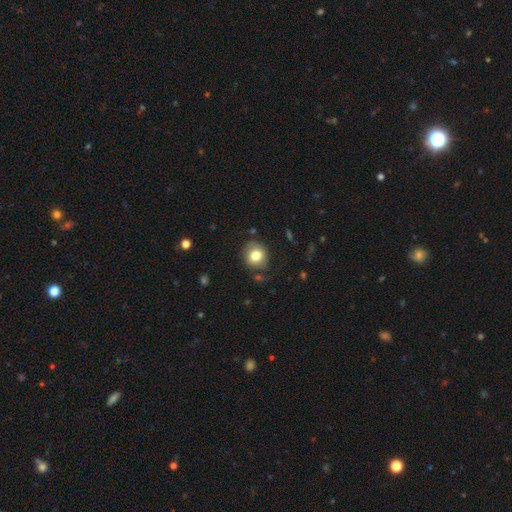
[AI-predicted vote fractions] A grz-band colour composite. It shows a smooth galaxy with no disk features (80%) that is round (80%). Merging: none (79%).